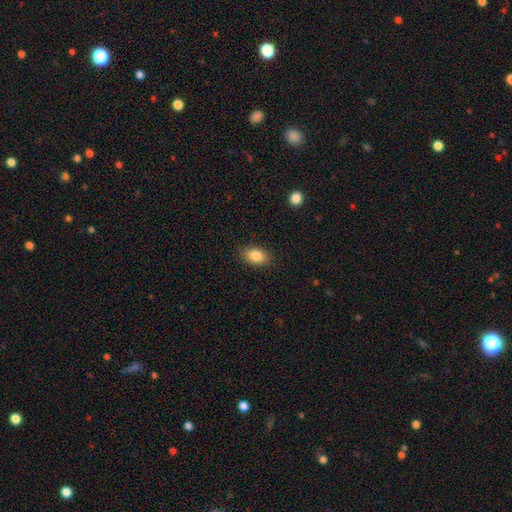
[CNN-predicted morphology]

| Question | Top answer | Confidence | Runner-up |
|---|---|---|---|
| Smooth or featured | smooth | 86% | star or artifact (8%) |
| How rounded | in between | 89% | round (10%) |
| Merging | none | 87% | minor disturbance (9%) |